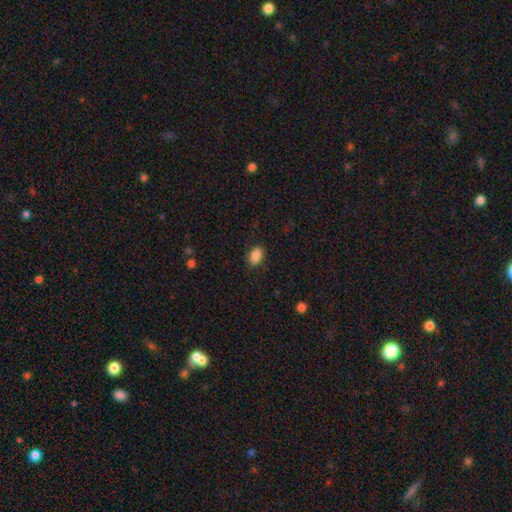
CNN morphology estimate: type=smooth (88%); roundness=in between (83%); merging=none (85%).